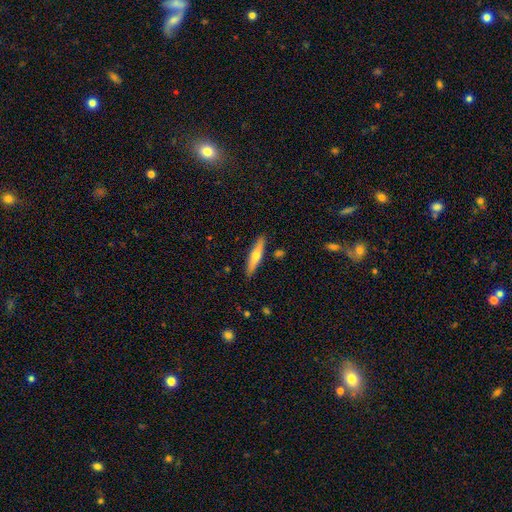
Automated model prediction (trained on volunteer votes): Morphology: type=smooth (53%); roundness=cigar-shaped (81%); merging=none (87%).